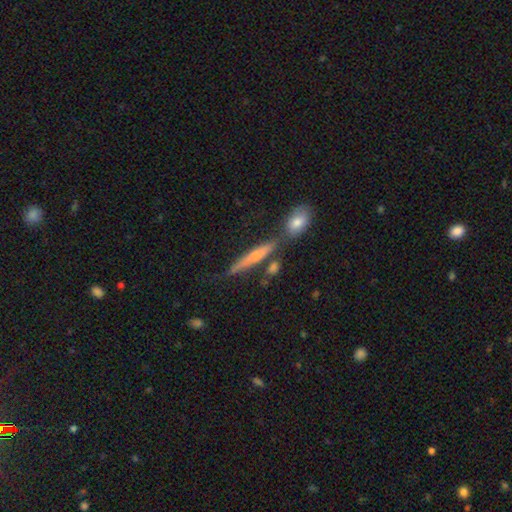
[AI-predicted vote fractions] Q: Smooth or featured?
A: smooth (55%); runner-up: featured or disk (37%)
Q: How rounded?
A: cigar-shaped (85%); runner-up: in between (11%)
Q: Merging?
A: none (64%); runner-up: merger (17%)